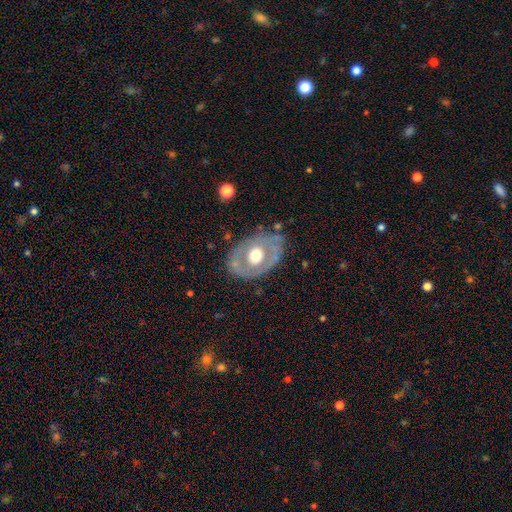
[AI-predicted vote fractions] The model was most divided on "smooth or featured": featured or disk: 57%, smooth: 37%, star or artifact: 6%. More confident: edge-on disk — no (92%); bar — no (85%); spiral arms — no (85%); merging — none (73%); bulge size — moderate (58%).